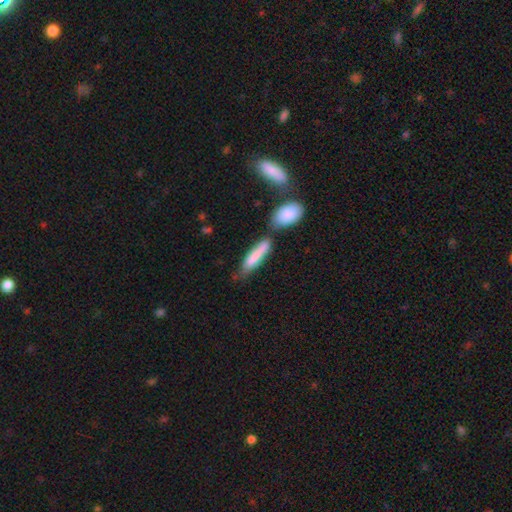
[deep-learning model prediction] smooth 77%, featured or disk 17%, star or artifact 6%. Down the decision tree: how rounded — cigar-shaped (75%); merging — none (45%).